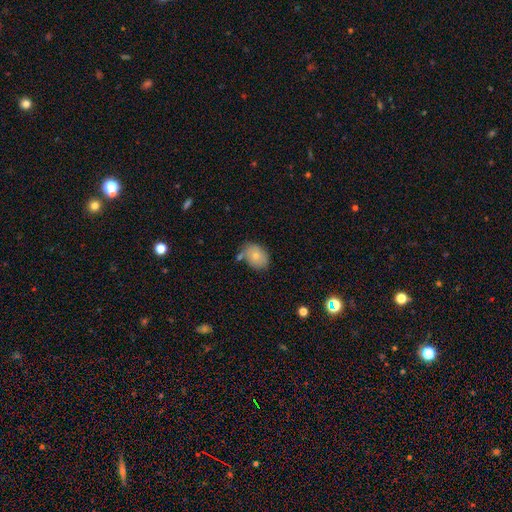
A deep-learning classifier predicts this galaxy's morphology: type=smooth (72%); roundness=in between (70%); merging=none (62%).